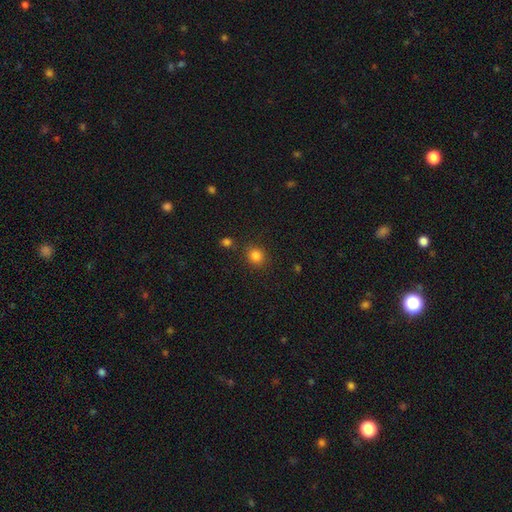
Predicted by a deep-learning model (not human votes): Morphology: type=smooth (84%); roundness=round (83%); merging=none (84%).